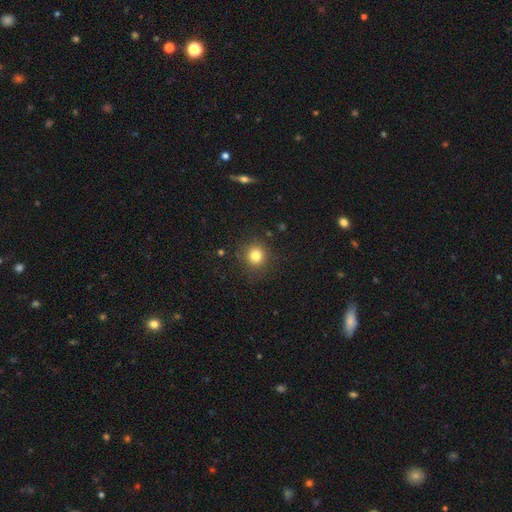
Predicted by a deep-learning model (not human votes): A smooth galaxy with no disk features (81%) that is round (92%). Merging: none (88%).